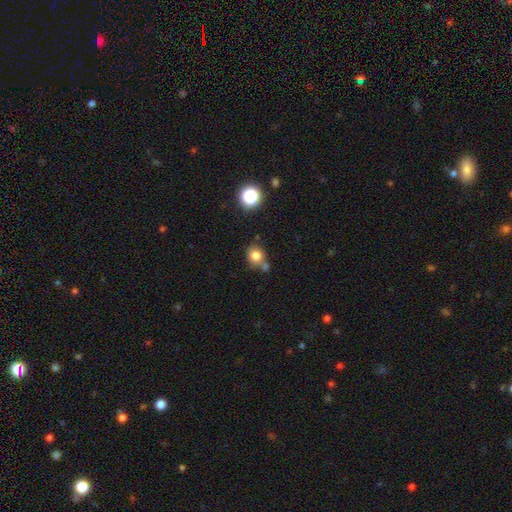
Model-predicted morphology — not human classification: This is likely a smooth galaxy (79%). How rounded: likely round (74%). Merging: possibly none (58%).